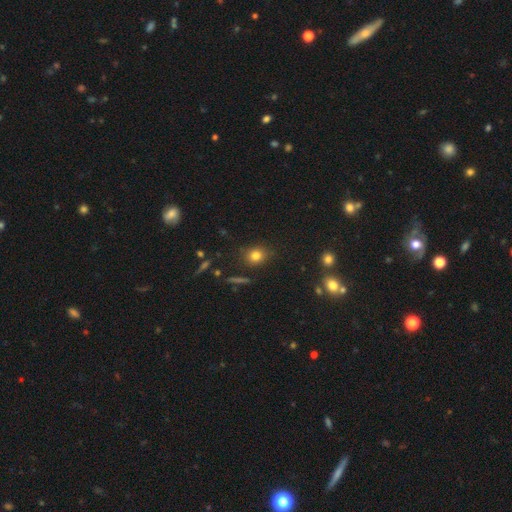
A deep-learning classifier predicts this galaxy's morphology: smooth_or_featured: smooth (p=0.79) [alt: star or artifact p=0.13]
how_rounded: round (p=0.70) [alt: in between p=0.28]
merging: none (p=0.84) [alt: minor disturbance p=0.11]